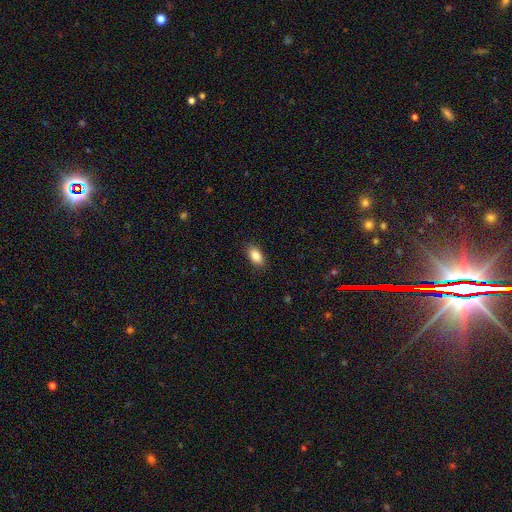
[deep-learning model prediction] smooth-or-featured: smooth: 87% | star or artifact: 8% | featured or disk: 5%
  how-rounded: in between: 91% | round: 5% | cigar-shaped: 4%
  merging: none: 88% | minor disturbance: 9% | major disturbance: 2% | merger: 1%